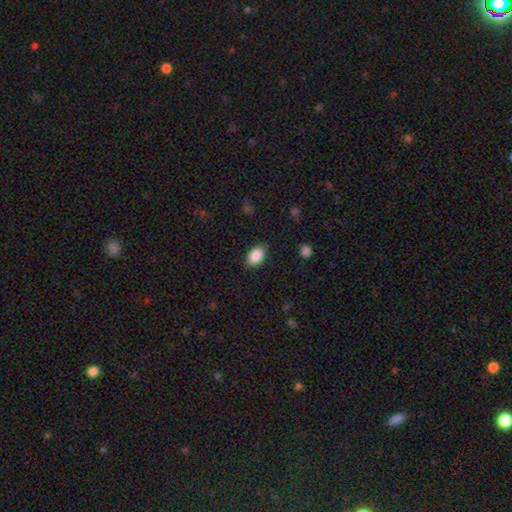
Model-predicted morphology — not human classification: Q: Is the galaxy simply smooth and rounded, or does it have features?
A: smooth — 88%.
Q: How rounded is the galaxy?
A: in between — 87%.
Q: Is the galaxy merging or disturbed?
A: none — 87%.